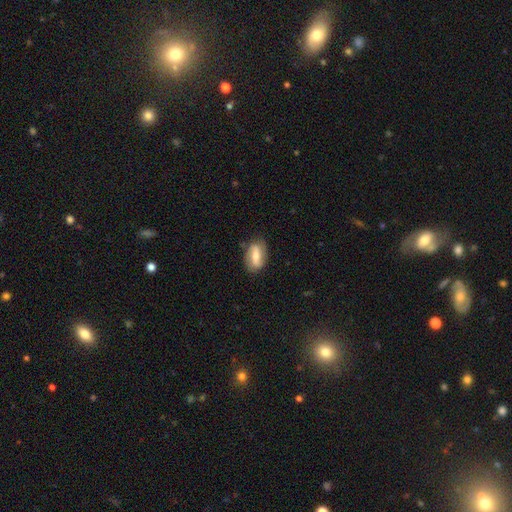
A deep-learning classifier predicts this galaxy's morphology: smooth-or-featured: featured or disk: 49% | smooth: 44% | star or artifact: 7%
  merging: none: 79% | minor disturbance: 16% | major disturbance: 4% | merger: 1%